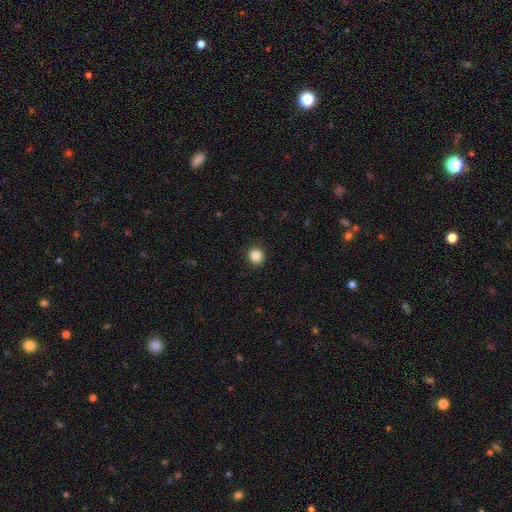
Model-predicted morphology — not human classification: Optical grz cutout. It shows a smooth galaxy with no disk features (86%) that is round (92%). Merging: none (91%).